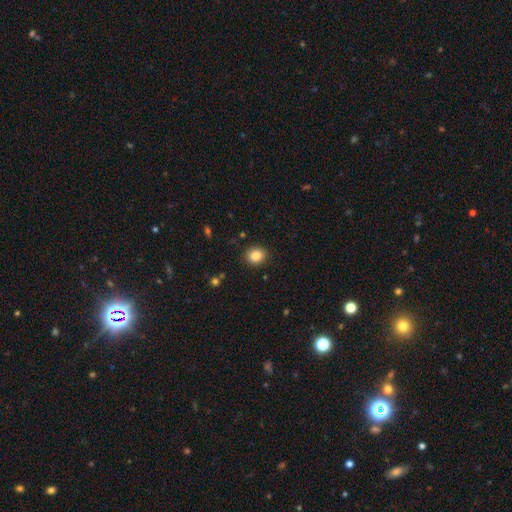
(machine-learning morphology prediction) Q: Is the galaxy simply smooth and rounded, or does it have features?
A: smooth — 86%.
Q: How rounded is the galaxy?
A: round — 68%.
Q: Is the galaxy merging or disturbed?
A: none — 88%.